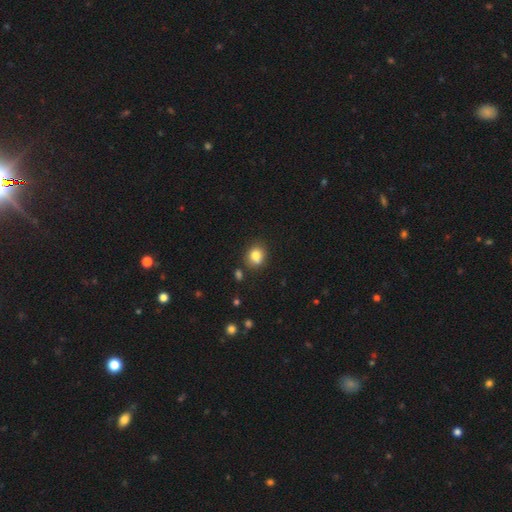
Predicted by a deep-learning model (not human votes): smooth-or-featured: smooth: 82% | star or artifact: 11% | featured or disk: 7%
  how-rounded: round: 66% | in between: 33% | cigar-shaped: 1%
  merging: none: 74% | minor disturbance: 15% | merger: 8% | major disturbance: 3%